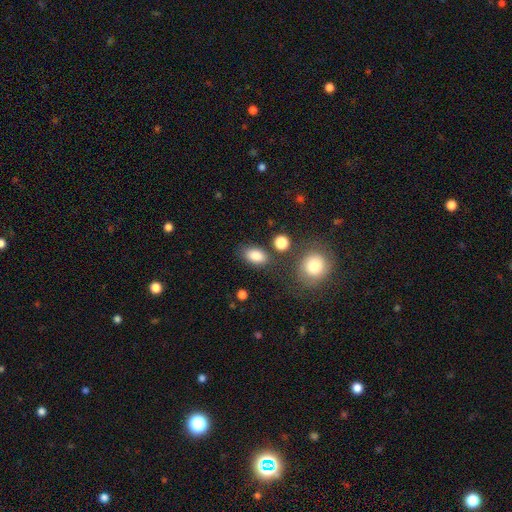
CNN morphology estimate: Smooth or featured? smooth (85%)
How rounded? in between (87%)
Merging? none (79%)